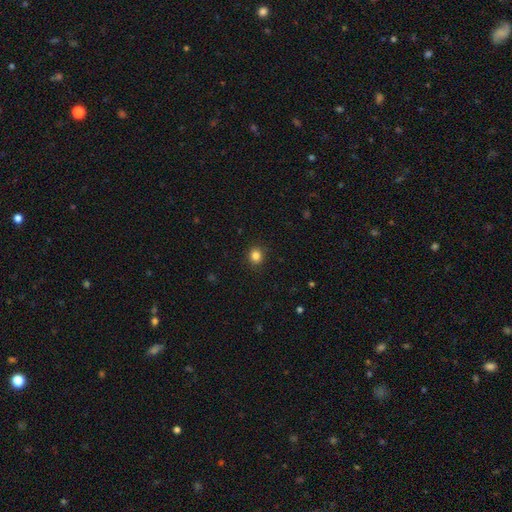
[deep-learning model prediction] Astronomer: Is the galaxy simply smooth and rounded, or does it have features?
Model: smooth — 84%.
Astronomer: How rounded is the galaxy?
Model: round — 82%.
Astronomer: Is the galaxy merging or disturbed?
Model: none — 90%.